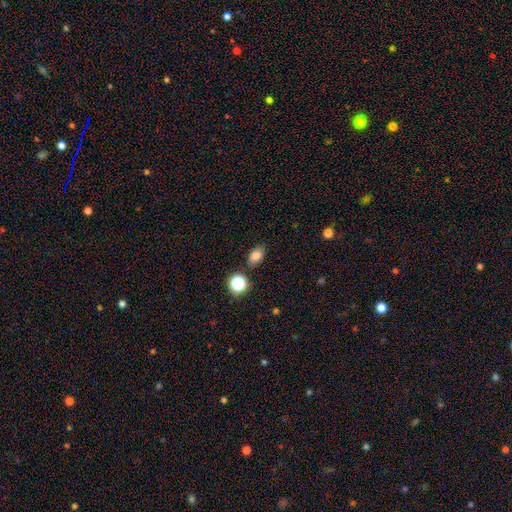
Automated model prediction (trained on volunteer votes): smooth_or_featured: smooth (p=0.80) [alt: star or artifact p=0.13]
how_rounded: in between (p=0.77) [alt: round p=0.21]
merging: none (p=0.80) [alt: minor disturbance p=0.13]